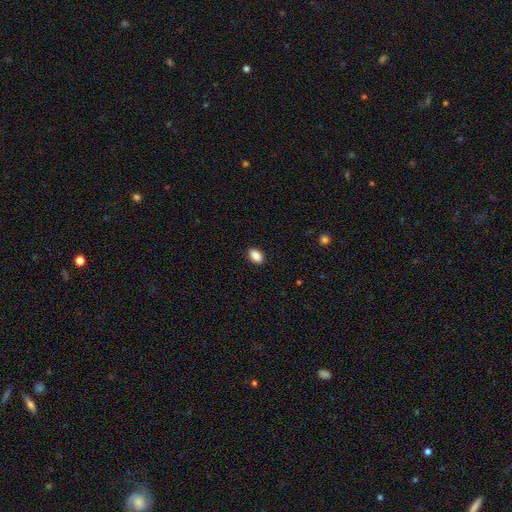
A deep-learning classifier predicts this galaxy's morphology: Smooth or featured? Predicted: smooth (p=0.89). How rounded? Predicted: in between (p=0.87). Merging? Predicted: none (p=0.90).